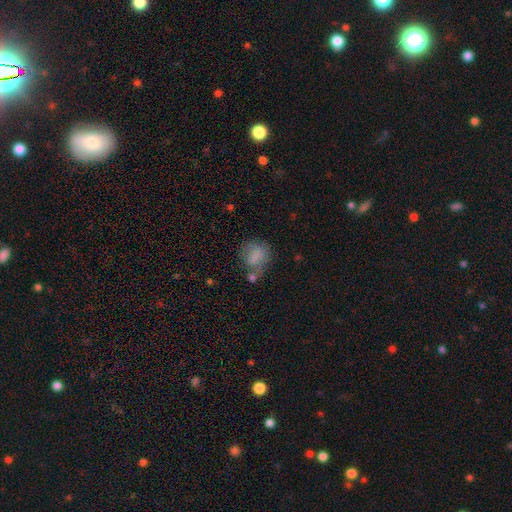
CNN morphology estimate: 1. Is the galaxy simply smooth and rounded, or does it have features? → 77% smooth, 13% featured or disk, 10% star or artifact.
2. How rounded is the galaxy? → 55% round, 44% in between, 2% cigar-shaped.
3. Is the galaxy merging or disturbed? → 44% none, 24% minor disturbance, 17% merger, 14% major disturbance.